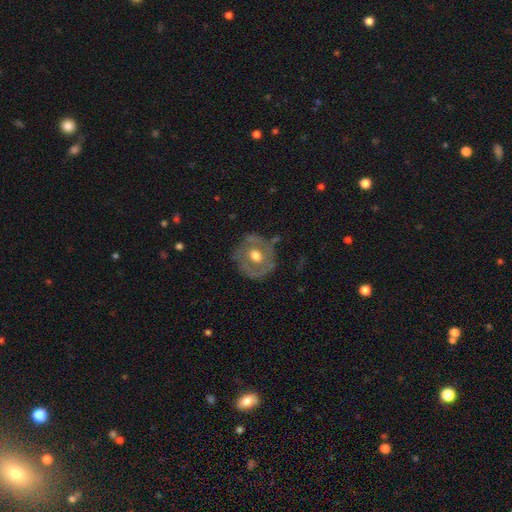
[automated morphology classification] A featured or disk galaxy (55%) with no bar (79%), no spiral arms (77%) and a moderate central bulge (70%).

Vote fractions:
- Smooth or featured? featured or disk: 55% / smooth: 38% / star or artifact: 7%
- Edge-on disk? no: 95% / yes: 5%
- Bar? no: 79% / weak: 16% / strong: 4%
- Spiral arms? no: 77% / yes: 23%
- Bulge size? moderate: 70% / large: 22% / small: 6% / dominant: 1% / none: 1%
- Merging? none: 69% / minor disturbance: 20% / major disturbance: 9% / merger: 3%